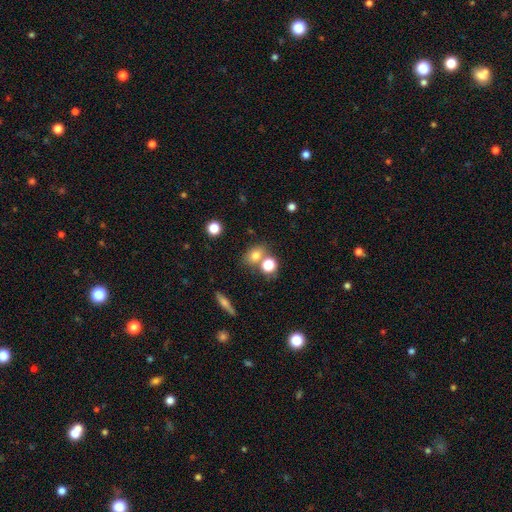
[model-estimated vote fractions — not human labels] Overall: smooth (75%). How rounded: in between (53%; round 44%). Merging: none (58%; merger 28%).